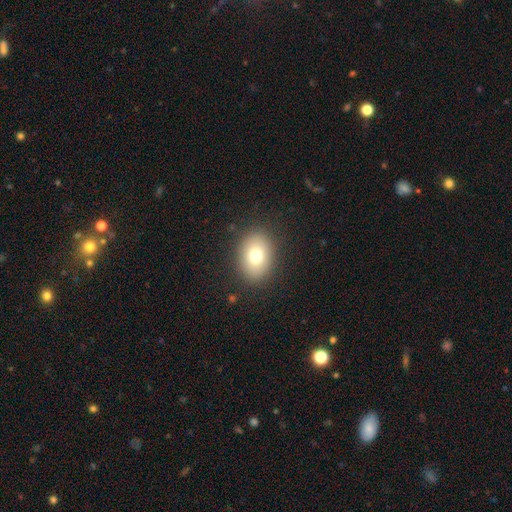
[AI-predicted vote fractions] This appears to be a smooth galaxy with no disk features (76%) that is in between round and cigar-shaped (70%). Merging: none (87%).